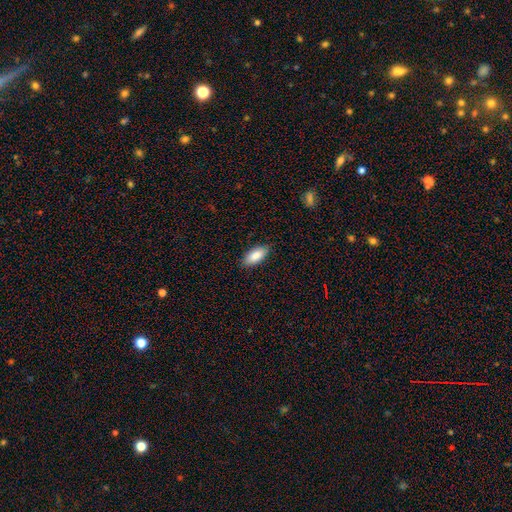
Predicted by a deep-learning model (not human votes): Overall: smooth (87%). How rounded: in between (88%). Merging: none (87%).